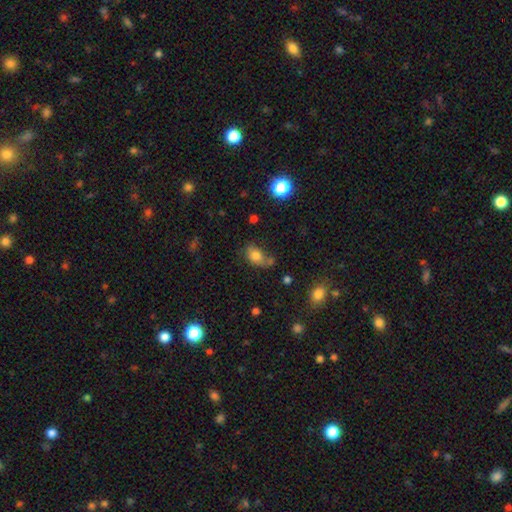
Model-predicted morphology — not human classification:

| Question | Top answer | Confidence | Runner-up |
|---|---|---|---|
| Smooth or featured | smooth | 78% | star or artifact (12%) |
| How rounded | in between | 79% | round (19%) |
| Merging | none | 50% | minor disturbance (24%) |